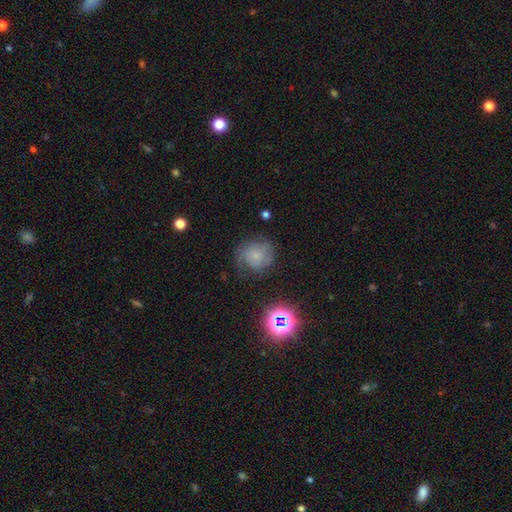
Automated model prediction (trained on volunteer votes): A smooth galaxy with no disk features (43%). Merging: none (62%).